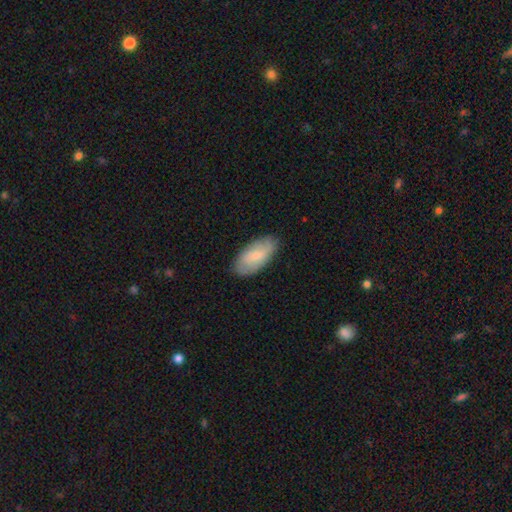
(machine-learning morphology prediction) Smooth or featured? Predicted: smooth (p=0.65). How rounded? Predicted: in between (p=0.92). Merging? Predicted: none (p=0.82).